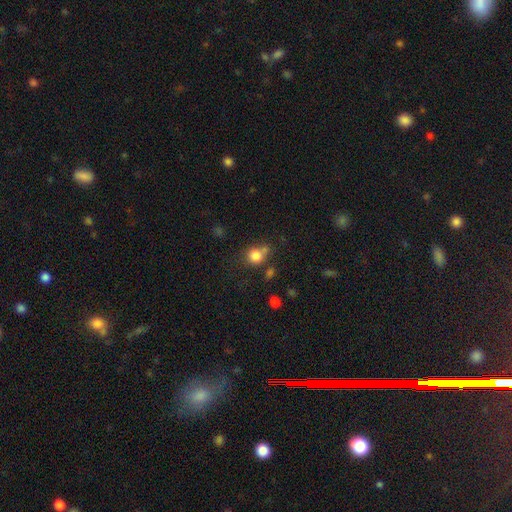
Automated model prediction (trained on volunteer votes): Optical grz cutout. It shows a smooth galaxy with no disk features (81%) that is round (80%). Merging: none (55%).